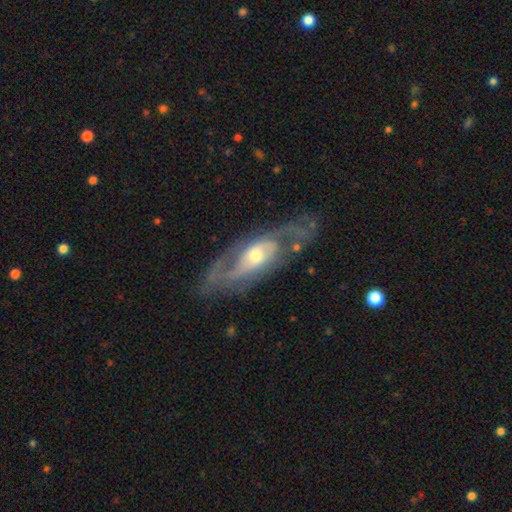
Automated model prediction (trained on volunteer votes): The model was most divided on "spiral winding": medium: 45%, tight: 29%, loose: 26%. More confident: edge-on disk — no (87%); spiral arms — yes (83%); smooth or featured — featured or disk (82%); spiral arm count — 2 (72%); merging — none (65%); bar — no (59%); bulge size — moderate (55%).